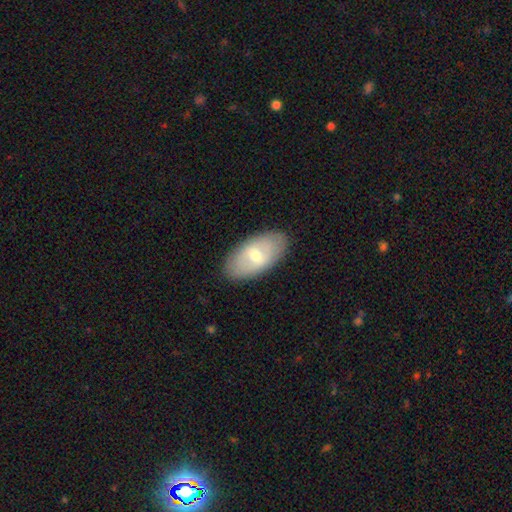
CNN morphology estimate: smooth 55%, featured or disk 39%, star or artifact 6%. Down the decision tree: how rounded — in between (93%); merging — none (86%).